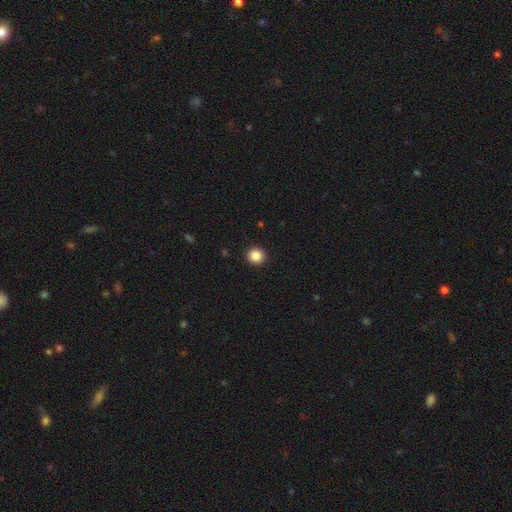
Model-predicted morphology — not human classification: This appears to be a smooth galaxy with no disk features (87%) that is round (90%). Merging: none (93%).